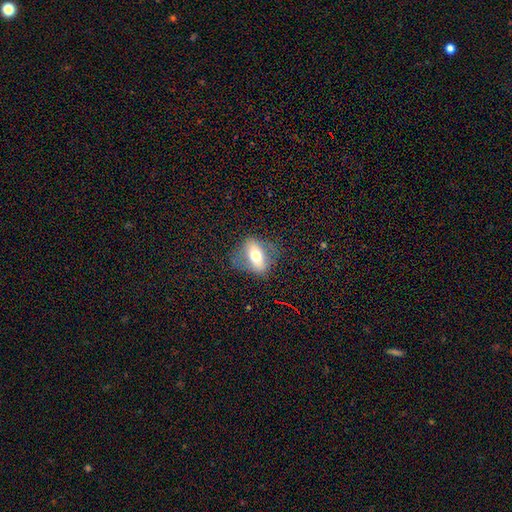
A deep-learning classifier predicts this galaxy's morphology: smooth 54%, featured or disk 38%, star or artifact 8%. Down the decision tree: how rounded — in between (76%); merging — none (70%).